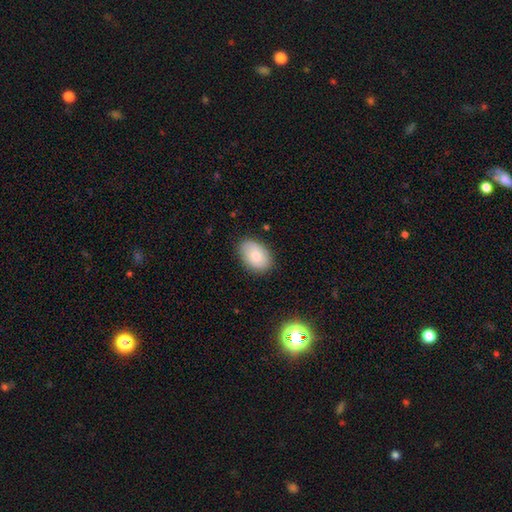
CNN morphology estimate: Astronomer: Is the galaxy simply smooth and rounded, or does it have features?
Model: smooth — 80%.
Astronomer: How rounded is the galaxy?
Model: in between — 86%.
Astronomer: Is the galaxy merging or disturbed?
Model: none — 83%.